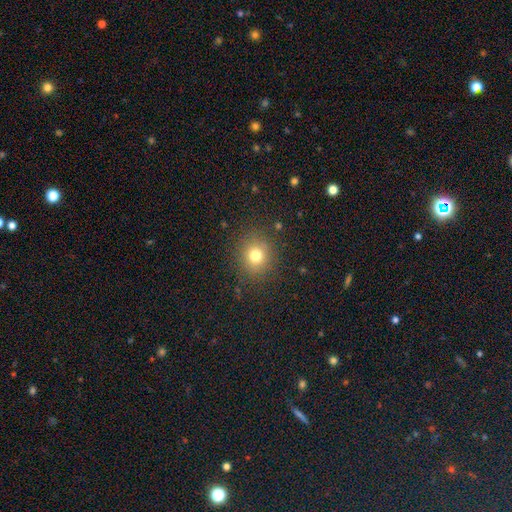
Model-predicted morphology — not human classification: Smooth or featured? Predicted: smooth (p=0.75). How rounded? Predicted: round (p=0.84). Merging? Predicted: none (p=0.87).